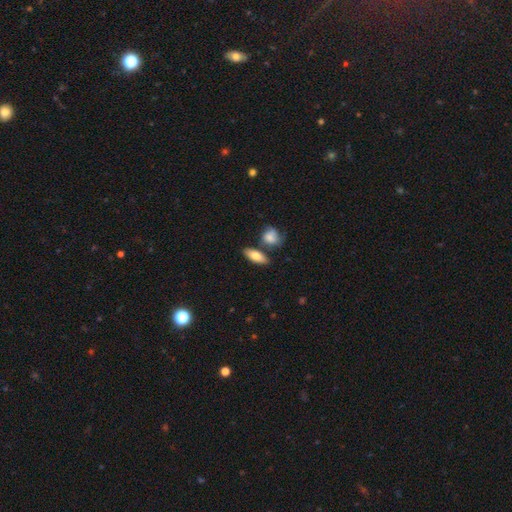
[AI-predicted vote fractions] smooth 77%, featured or disk 17%, star or artifact 6%. Down the decision tree: how rounded — in between (78%); merging — none (72%).